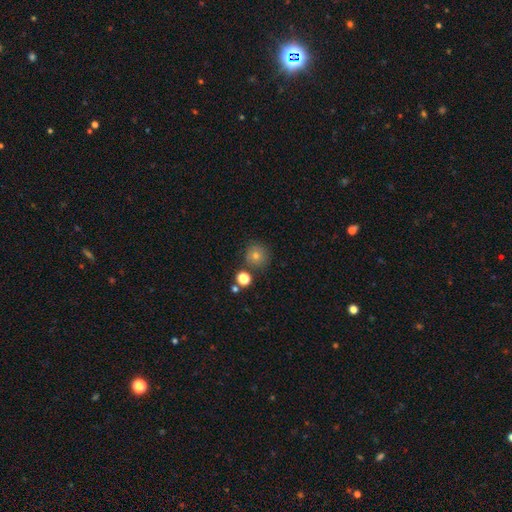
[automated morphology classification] Smooth or featured: smooth — 68% (star or artifact — 20%)
How rounded: round — 94% (in between — 5%)
Merging: none — 81% (minor disturbance — 9%)